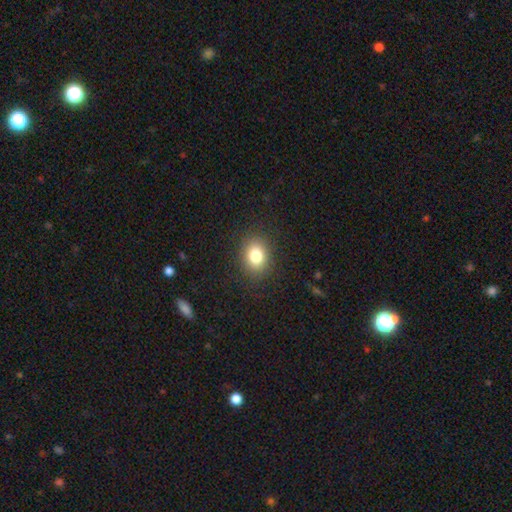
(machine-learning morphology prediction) This appears to be a smooth galaxy with no disk features (81%) that is in between round and cigar-shaped (54%). Merging: none (87%).